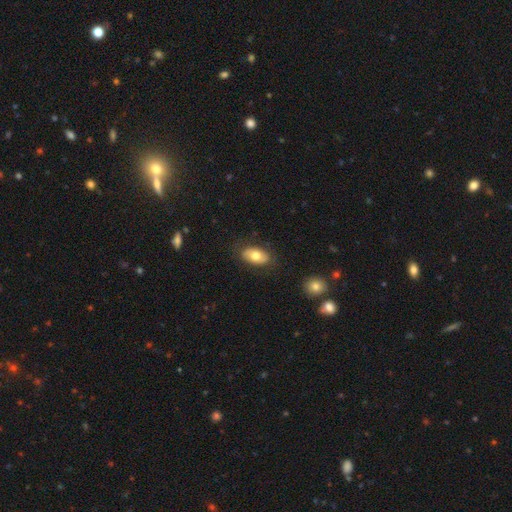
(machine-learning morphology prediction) Q: Smooth or featured?
A: smooth (72%); runner-up: featured or disk (21%)
Q: How rounded?
A: in between (92%); runner-up: round (6%)
Q: Merging?
A: none (82%); runner-up: minor disturbance (13%)